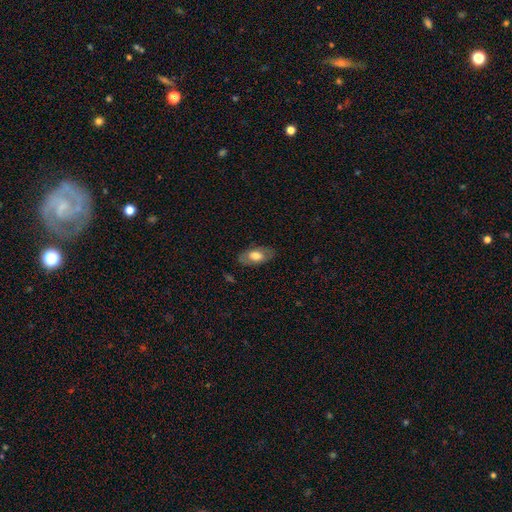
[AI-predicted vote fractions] This is likely a smooth galaxy (64%). How rounded: clearly in between (91%). Merging: clearly none (82%).